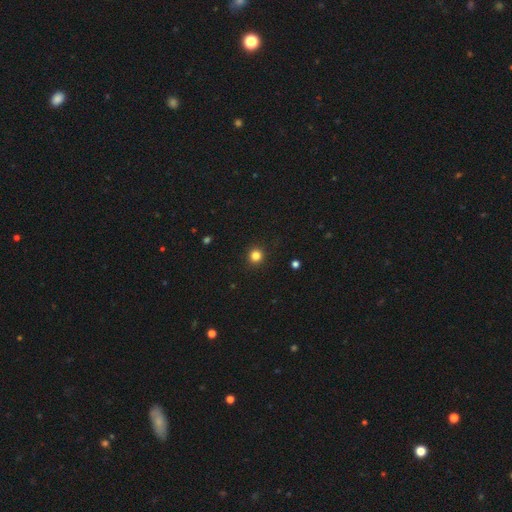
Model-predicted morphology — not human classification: type=smooth (83%); roundness=round (95%); merging=none (92%).